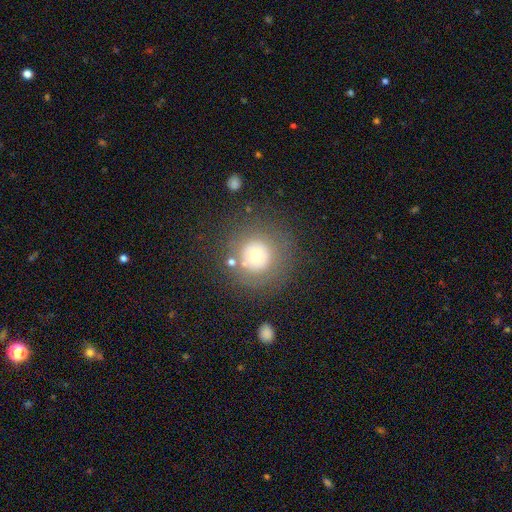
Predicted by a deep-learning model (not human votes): Morphology: type=smooth (64%); roundness=round (94%); merging=none (76%).